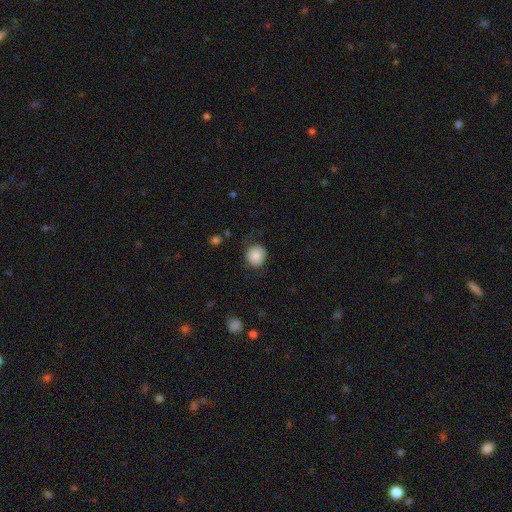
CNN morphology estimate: Overall: smooth (84%). How rounded: round (87%). Merging: none (69%).